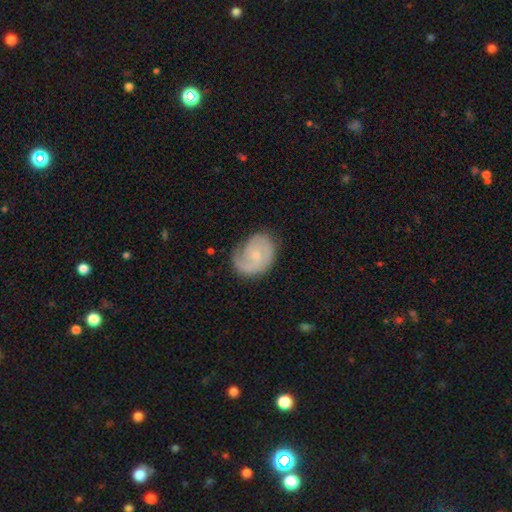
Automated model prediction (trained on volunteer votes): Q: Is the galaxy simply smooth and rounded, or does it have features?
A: featured or disk — 75%.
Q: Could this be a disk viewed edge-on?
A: no — 98%.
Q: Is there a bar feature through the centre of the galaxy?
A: no — 70%.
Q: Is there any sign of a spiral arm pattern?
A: yes — 94%.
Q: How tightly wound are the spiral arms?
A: tight — 45%.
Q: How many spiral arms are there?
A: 2 — 49%.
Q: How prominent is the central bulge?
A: small — 68%.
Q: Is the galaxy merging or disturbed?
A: none — 67%.